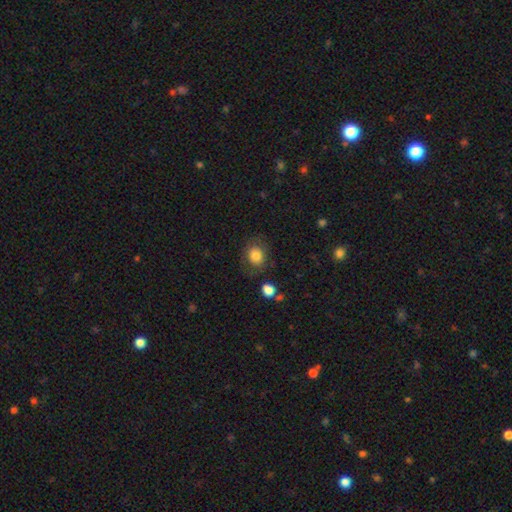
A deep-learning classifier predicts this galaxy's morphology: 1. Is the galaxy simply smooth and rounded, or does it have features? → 80% smooth, 10% featured or disk, 9% star or artifact.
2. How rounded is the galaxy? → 62% round, 37% in between, 1% cigar-shaped.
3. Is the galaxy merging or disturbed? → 74% none, 16% minor disturbance, 7% major disturbance, 3% merger.